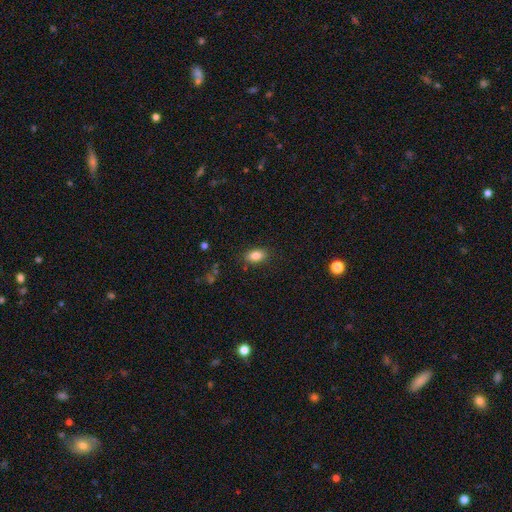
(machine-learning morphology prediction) type=smooth (84%); roundness=in between (88%); merging=none (85%).